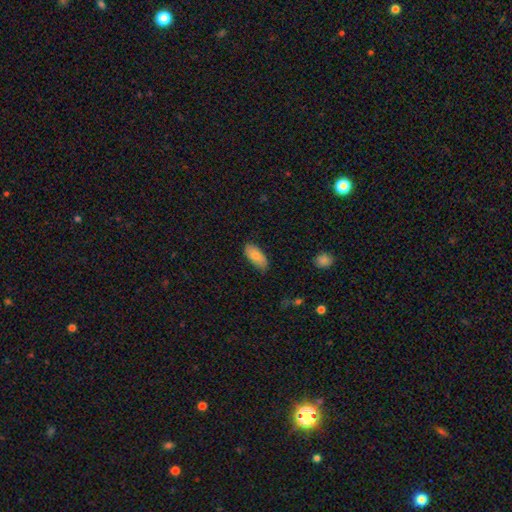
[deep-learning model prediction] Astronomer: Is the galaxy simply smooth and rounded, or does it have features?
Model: smooth — 80%.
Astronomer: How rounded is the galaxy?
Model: in between — 89%.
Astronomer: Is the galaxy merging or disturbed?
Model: none — 83%.